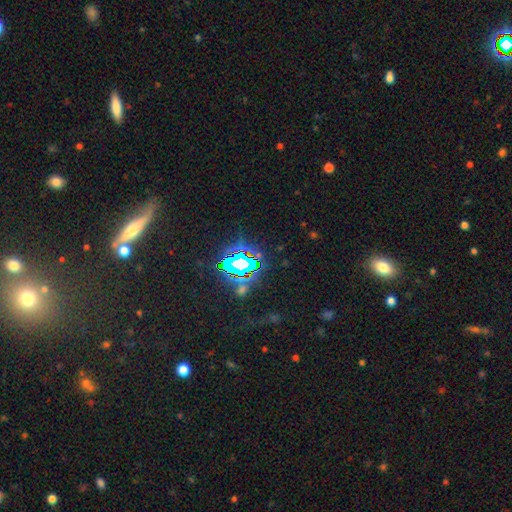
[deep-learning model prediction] A star or artifact, not a galaxy (76%).